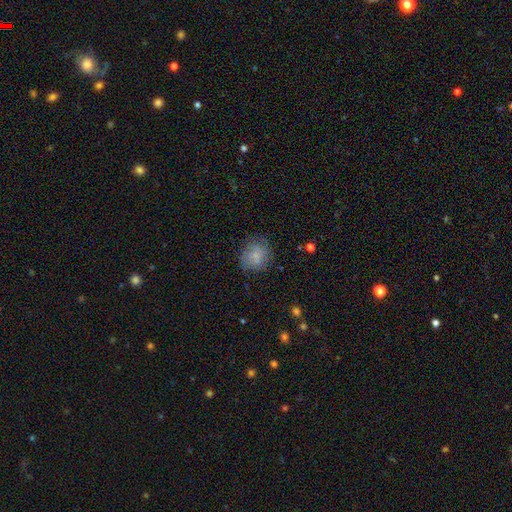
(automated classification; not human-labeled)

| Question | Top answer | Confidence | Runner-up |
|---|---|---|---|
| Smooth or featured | smooth | 69% | featured or disk (22%) |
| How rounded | round | 77% | in between (22%) |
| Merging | none | 70% | minor disturbance (20%) |